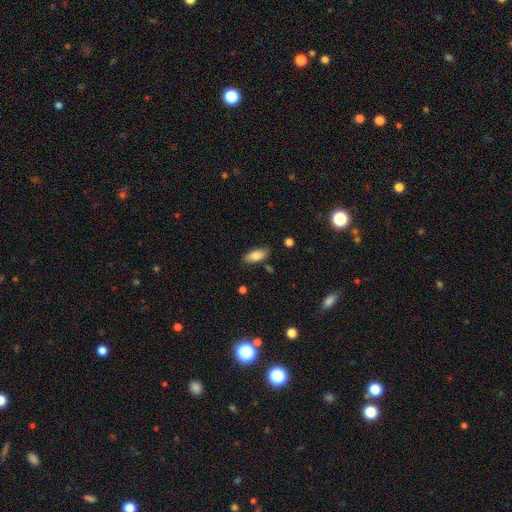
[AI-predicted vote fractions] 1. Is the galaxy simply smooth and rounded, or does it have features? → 81% smooth, 12% featured or disk, 7% star or artifact.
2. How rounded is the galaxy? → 86% in between, 12% cigar-shaped, 2% round.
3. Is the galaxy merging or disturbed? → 84% none, 12% minor disturbance, 2% merger, 2% major disturbance.